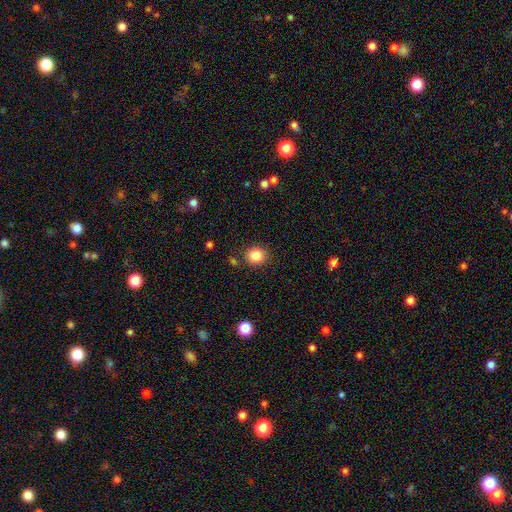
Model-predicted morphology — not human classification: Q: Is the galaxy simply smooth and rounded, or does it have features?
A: smooth — 85%.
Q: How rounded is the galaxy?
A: round — 82%.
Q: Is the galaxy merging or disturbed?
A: none — 85%.